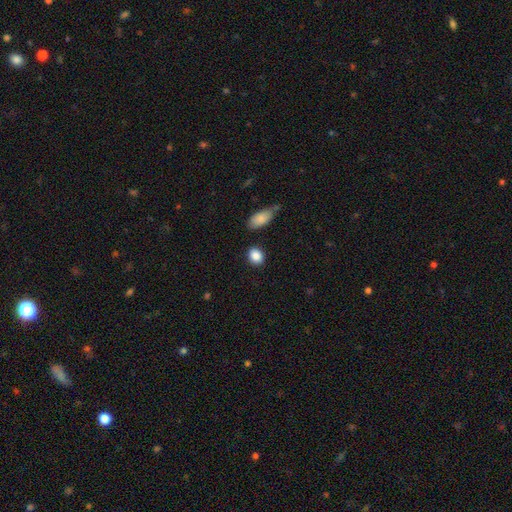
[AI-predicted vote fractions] The model was most divided on "how rounded": in between: 53%, round: 46%, cigar-shaped: 2%. More confident: smooth or featured — smooth (88%); merging — none (82%).